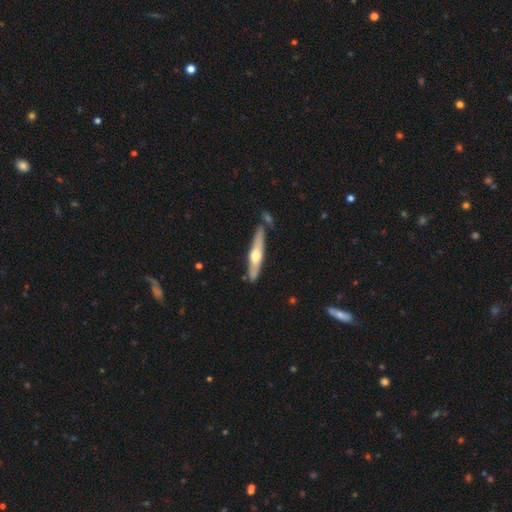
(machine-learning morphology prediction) This is possibly a featured or disk galaxy (57%). It is clearly viewed edge-on (87%). Merging: likely none (77%).